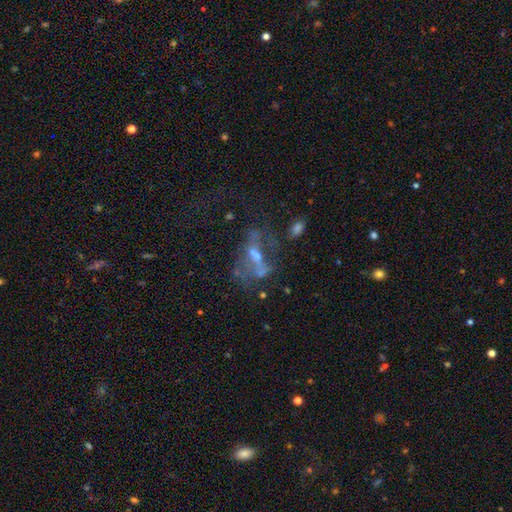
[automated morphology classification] A featured or disk galaxy (55%).

Vote fractions:
- Smooth or featured? featured or disk: 55% / star or artifact: 25% / smooth: 20%
- Edge-on disk? no: 87% / yes: 13%
- Merging? none: 36% / major disturbance: 35% / minor disturbance: 15% / merger: 14%